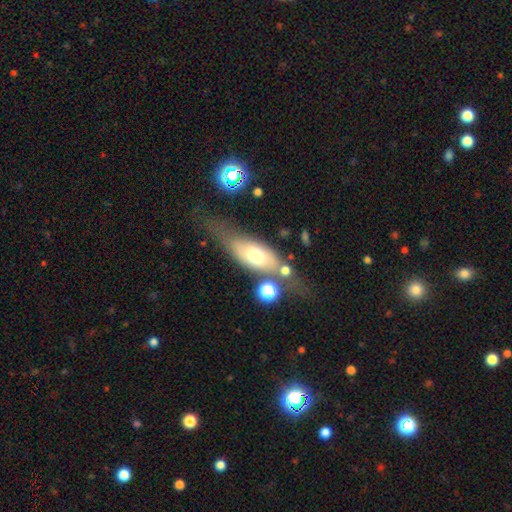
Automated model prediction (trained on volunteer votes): Smooth or featured?
  - smooth: 52% *
  - featured or disk: 40%
  - star or artifact: 8%
How rounded?
  - in between: 70% *
  - cigar-shaped: 25%
  - round: 5%
Merging?
  - none: 55% *
  - minor disturbance: 21%
  - major disturbance: 14%
  - merger: 10%